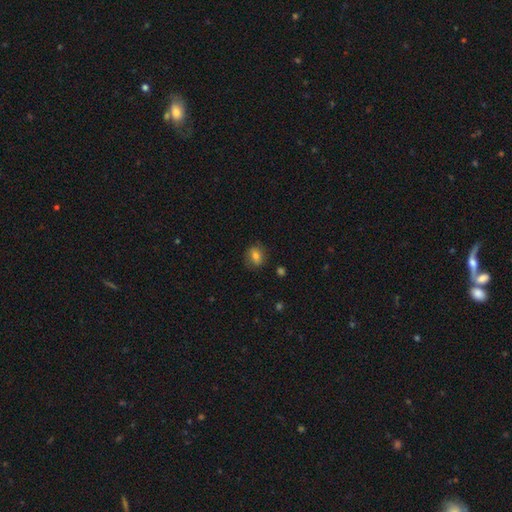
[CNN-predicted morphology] A smooth galaxy with no disk features (73%) that is round (56%).

Vote fractions:
- Smooth or featured? smooth: 73% / featured or disk: 17% / star or artifact: 10%
- How rounded? round: 56% / in between: 43% / cigar-shaped: 2%
- Merging? none: 81% / minor disturbance: 14% / major disturbance: 4% / merger: 1%